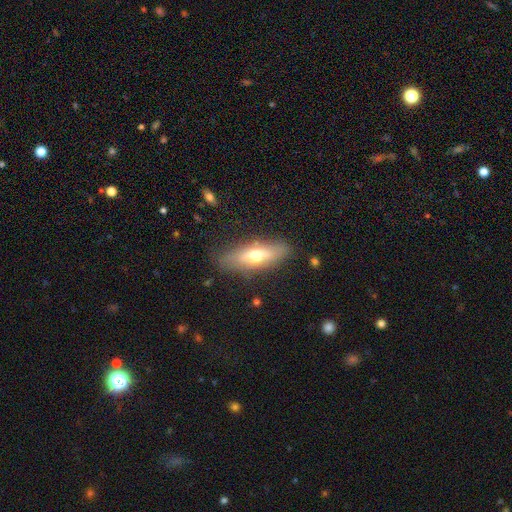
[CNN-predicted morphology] Smooth or featured?
  - smooth: 57% *
  - featured or disk: 37%
  - star or artifact: 7%
How rounded?
  - cigar-shaped: 49% * (tied)
  - in between: 49% * (tied)
  - round: 2%
Merging?
  - none: 80% *
  - minor disturbance: 14%
  - major disturbance: 4%
  - merger: 2%